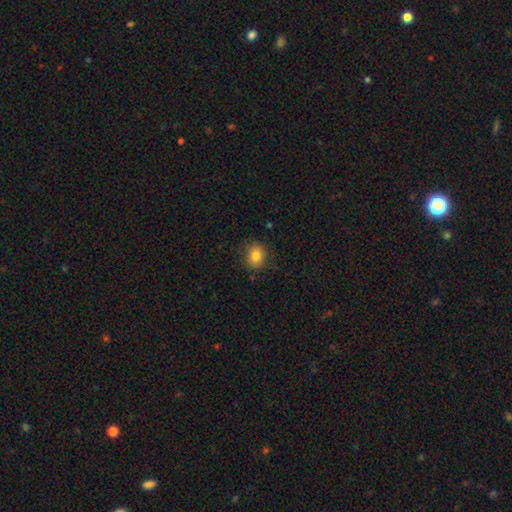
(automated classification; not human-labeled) The model was most divided on "how rounded": round: 56%, in between: 43%, cigar-shaped: 1%. More confident: merging — none (84%); smooth or featured — smooth (82%).